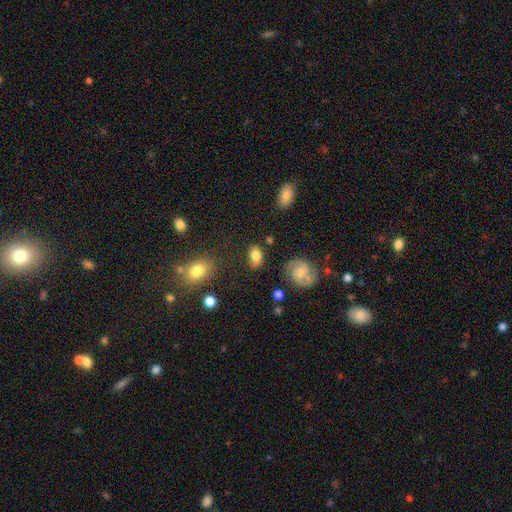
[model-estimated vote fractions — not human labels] A smooth galaxy with no disk features (77%) that is in between round and cigar-shaped (83%).

Vote fractions:
- Smooth or featured? smooth: 77% / featured or disk: 15% / star or artifact: 9%
- How rounded? in between: 83% / round: 15% / cigar-shaped: 2%
- Merging? none: 75% / minor disturbance: 16% / major disturbance: 5% / merger: 4%